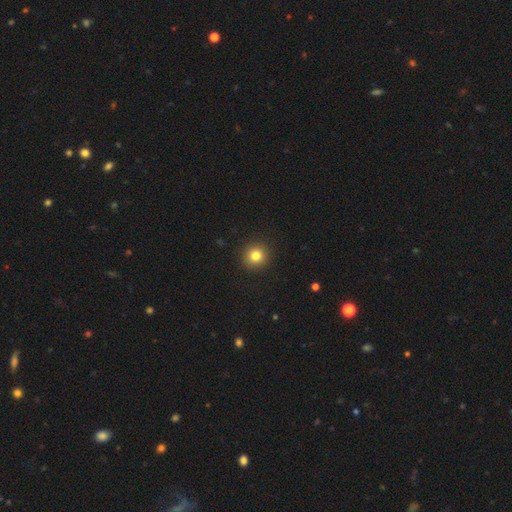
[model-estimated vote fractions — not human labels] smooth 82%, star or artifact 12%, featured or disk 7%. Down the decision tree: how rounded — round (93%); merging — none (92%).